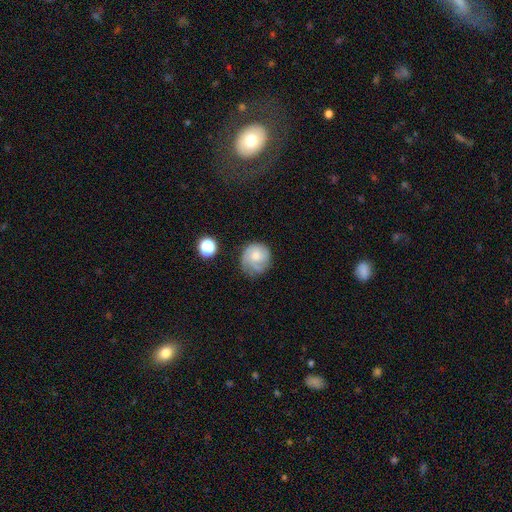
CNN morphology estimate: smooth-or-featured: featured or disk: 46% | smooth: 44% | star or artifact: 9%
  merging: none: 62% | minor disturbance: 25% | major disturbance: 11% | merger: 2%